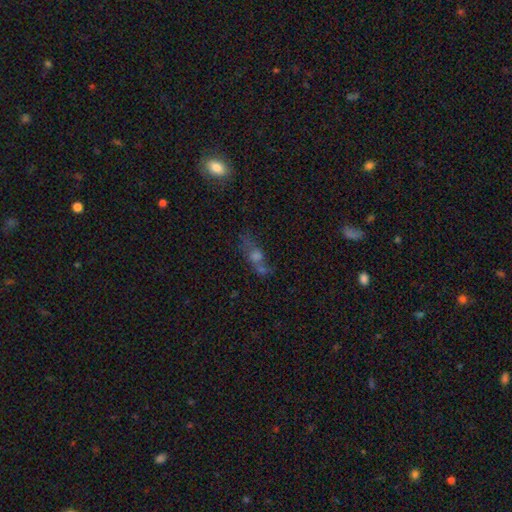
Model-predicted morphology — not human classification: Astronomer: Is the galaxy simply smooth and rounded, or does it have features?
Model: smooth — 39% (runner-up: star or artifact, 31%).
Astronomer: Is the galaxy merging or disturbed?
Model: none — 44% (runner-up: merger, 30%).